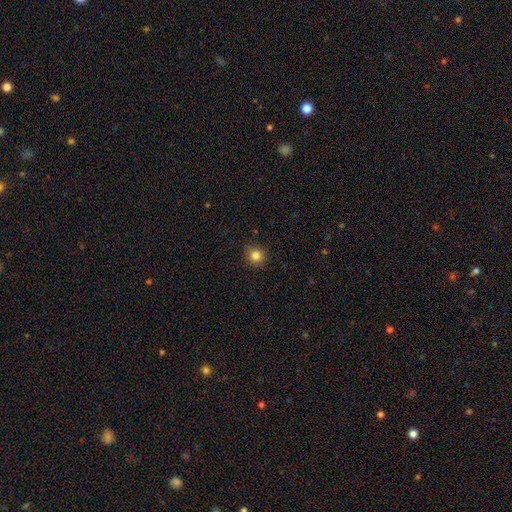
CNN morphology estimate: Smooth or featured? Predicted: smooth (p=0.83). How rounded? Predicted: round (p=0.91). Merging? Predicted: none (p=0.90).